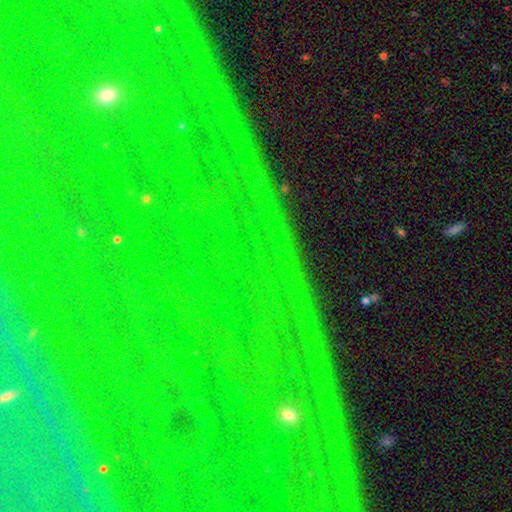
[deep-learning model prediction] This is clearly a star or artifact rather than a galaxy (85%).